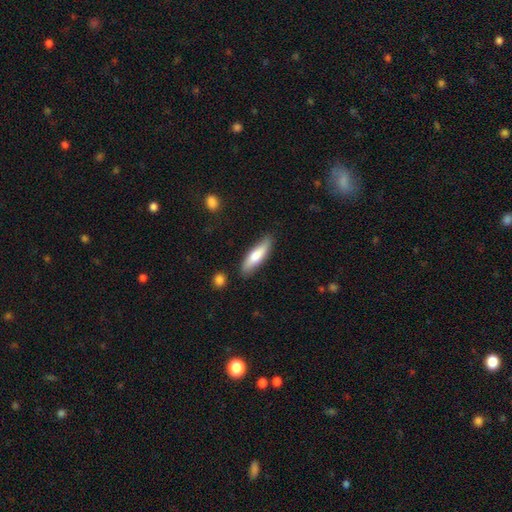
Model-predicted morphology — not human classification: This is likely a smooth galaxy (72%). How rounded: likely cigar-shaped (63%). Merging: clearly none (80%).